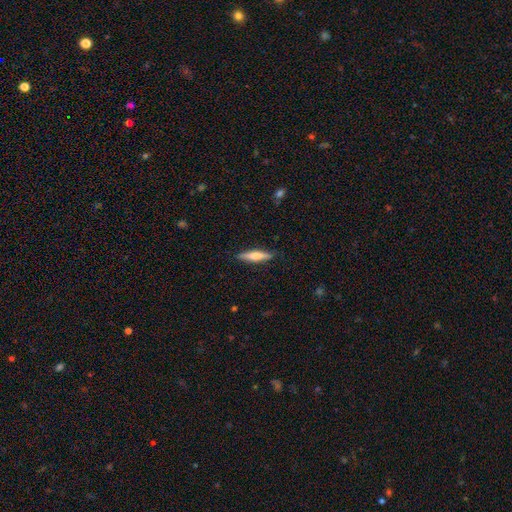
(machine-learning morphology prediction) smooth-or-featured: smooth: 57% | featured or disk: 37% | star or artifact: 6%
  how-rounded: cigar-shaped: 82% | in between: 16% | round: 2%
  merging: none: 89% | minor disturbance: 8% | major disturbance: 2% | merger: 1%